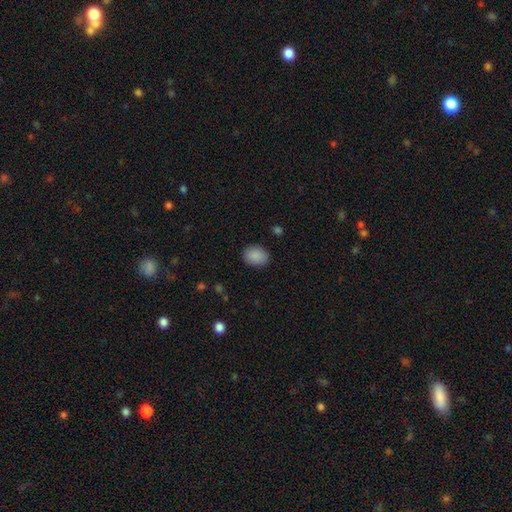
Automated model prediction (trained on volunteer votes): smooth-or-featured: smooth: 89% | star or artifact: 8% | featured or disk: 3%
  how-rounded: in between: 60% | round: 39% | cigar-shaped: 1%
  merging: none: 87% | minor disturbance: 10% | major disturbance: 3% | merger: 1%